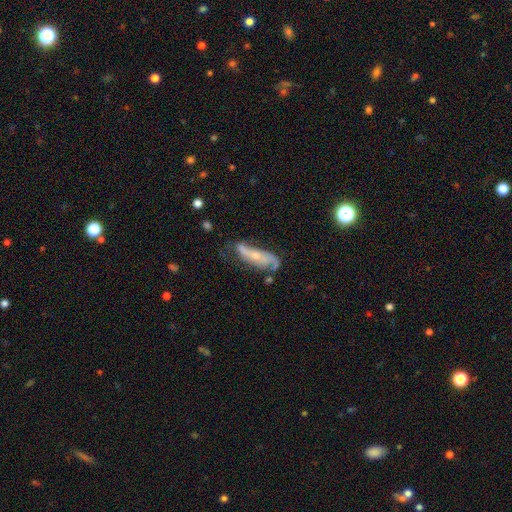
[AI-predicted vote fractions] Smooth or featured: featured or disk — 67% (smooth — 26%)
Edge-on disk: no — 76% (yes — 24%)
Bar: no — 65% (weak — 22%)
Spiral arms: yes — 81% (no — 19%)
Bulge size: small — 60% (moderate — 34%)
Merging: none — 47% (minor disturbance — 30%)